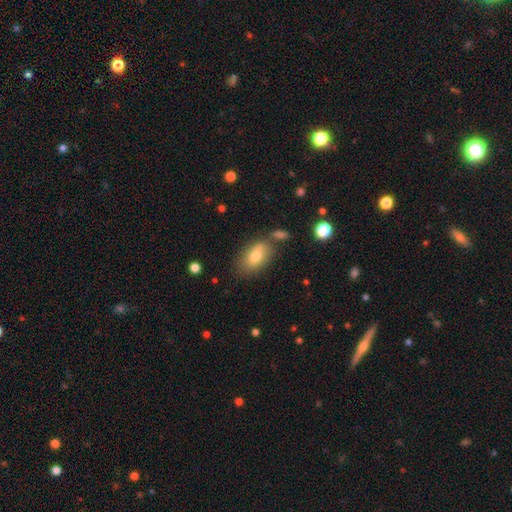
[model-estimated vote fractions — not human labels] Smooth or featured? smooth (74%)
How rounded? in between (89%)
Merging? none (67%)